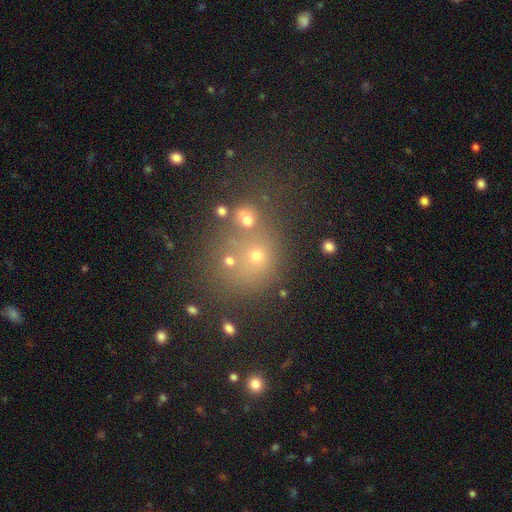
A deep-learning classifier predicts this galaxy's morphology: A smooth galaxy with no disk features (43%).

Vote fractions:
- Smooth or featured? smooth: 43% / star or artifact: 42% / featured or disk: 15%
- Merging? none: 49% / merger: 37% / minor disturbance: 9% / major disturbance: 5%